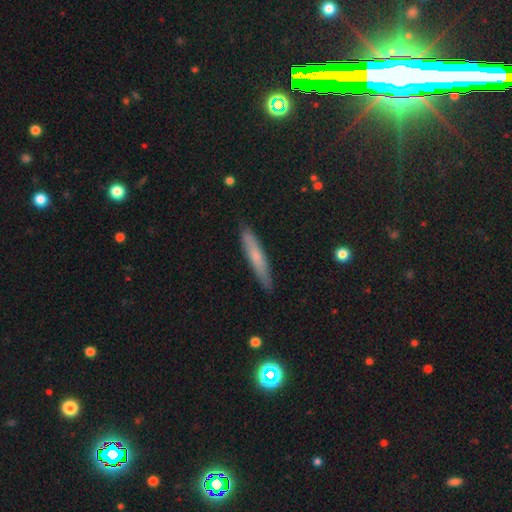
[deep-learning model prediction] Smooth or featured? Predicted: smooth (p=0.58). How rounded? Predicted: cigar-shaped (p=0.92). Merging? Predicted: none (p=0.87).